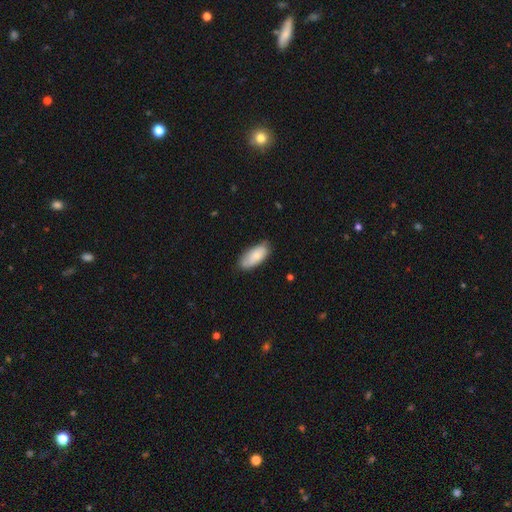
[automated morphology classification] This appears to be a smooth galaxy with no disk features (75%) that is in between round and cigar-shaped (88%). Merging: none (69%).